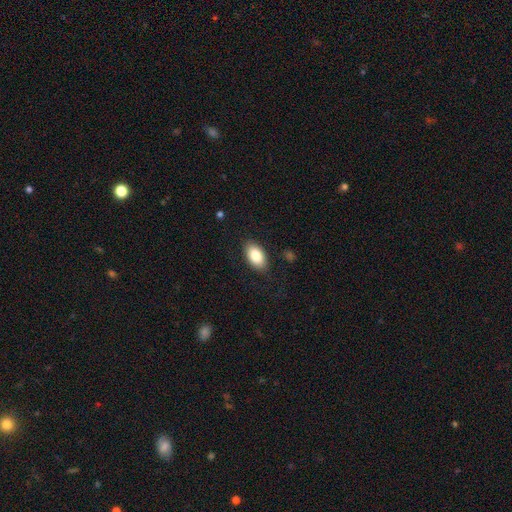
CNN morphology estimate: smooth 85%, featured or disk 9%, star or artifact 7%. Down the decision tree: how rounded — in between (94%); merging — none (85%).